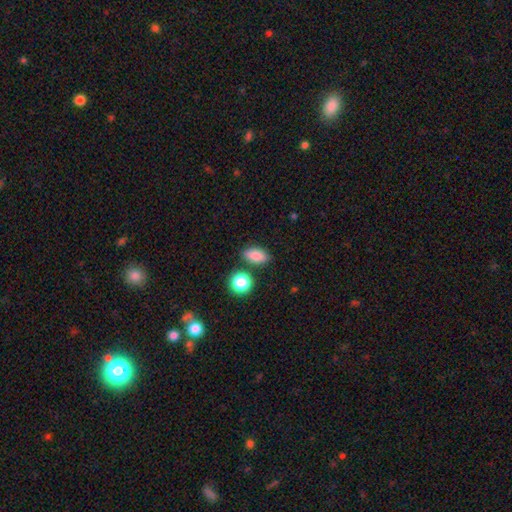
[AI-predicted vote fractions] Morphology: type=smooth (86%); roundness=in between (83%); merging=none (80%).